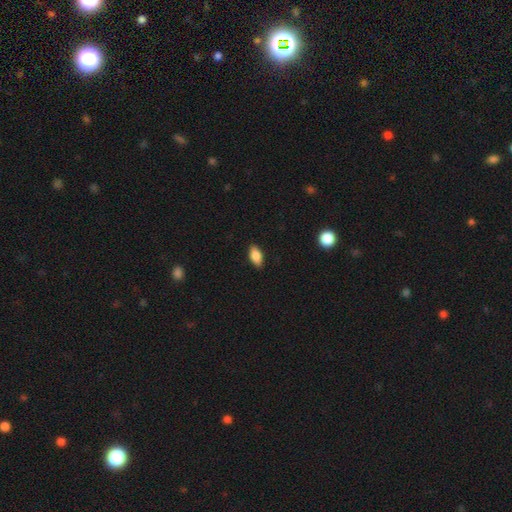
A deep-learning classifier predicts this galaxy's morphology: The model was most divided on "smooth or featured": smooth: 84%, featured or disk: 9%, star or artifact: 7%. More confident: how rounded — in between (91%); merging — none (88%).